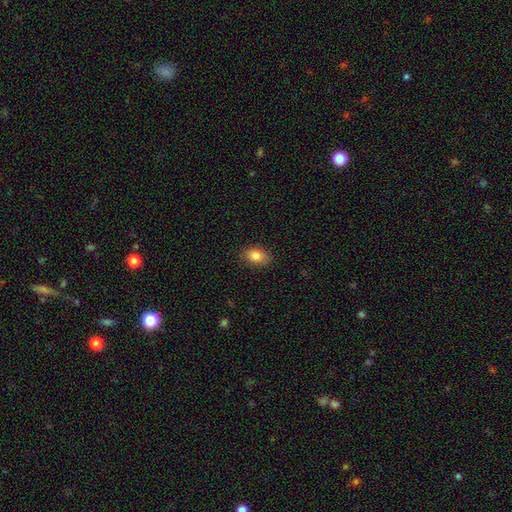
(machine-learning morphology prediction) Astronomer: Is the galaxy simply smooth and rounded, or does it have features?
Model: smooth — 85%.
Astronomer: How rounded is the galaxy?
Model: in between — 83%.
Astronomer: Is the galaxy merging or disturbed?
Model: none — 85%.